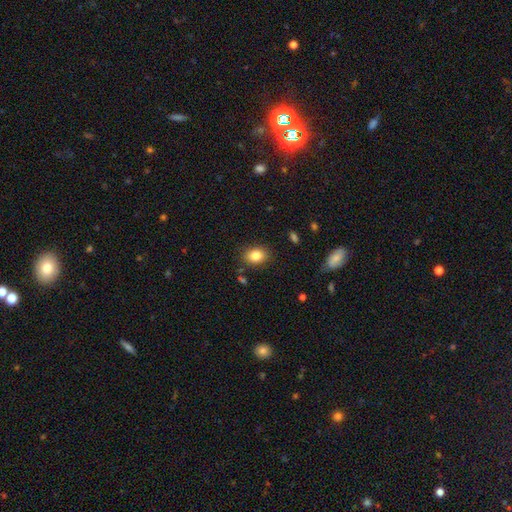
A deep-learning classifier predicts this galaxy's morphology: Smooth or featured?
  - smooth: 83% *
  - star or artifact: 9%
  - featured or disk: 7%
How rounded?
  - in between: 64% *
  - round: 35%
  - cigar-shaped: 1%
Merging?
  - none: 85% *
  - minor disturbance: 10%
  - major disturbance: 3%
  - merger: 2%